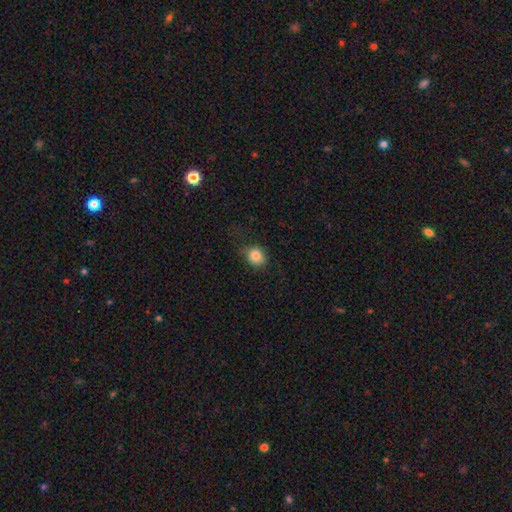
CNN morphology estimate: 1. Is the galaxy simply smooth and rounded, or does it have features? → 82% smooth, 11% star or artifact, 7% featured or disk.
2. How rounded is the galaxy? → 75% round, 24% in between, 1% cigar-shaped.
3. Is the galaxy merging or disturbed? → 74% none, 19% minor disturbance, 7% major disturbance, 1% merger.